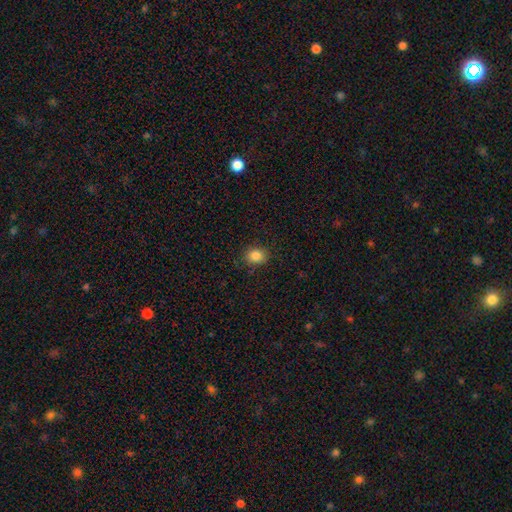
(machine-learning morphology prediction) smooth 85%, star or artifact 10%, featured or disk 5%. Down the decision tree: how rounded — round (50%); merging — none (86%).